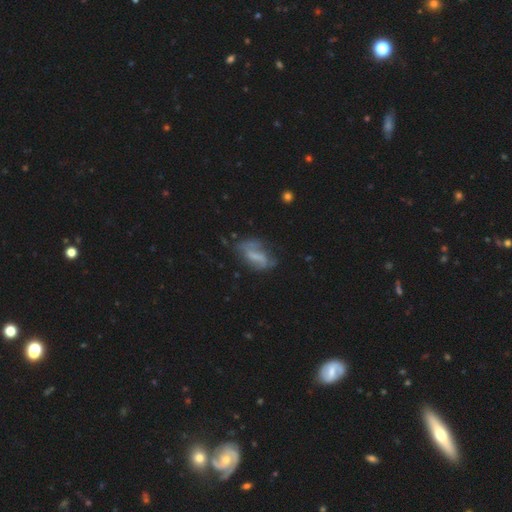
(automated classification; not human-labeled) This appears to be a featured or disk galaxy (56%) with a weak bar (37%), spiral arms (63%) and no central bulge (55%). Merging: none (48%).